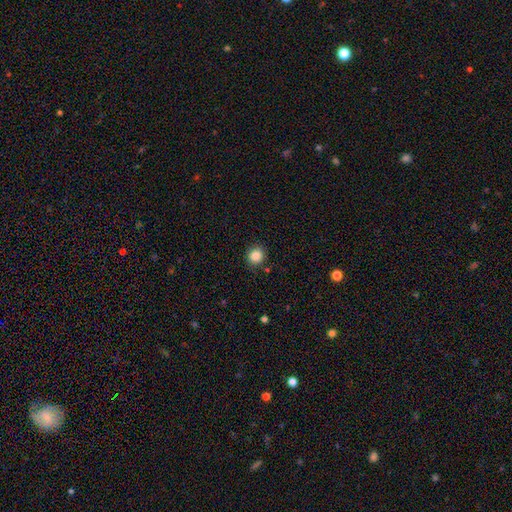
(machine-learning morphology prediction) A smooth galaxy with no disk features (85%) that is round (86%). Merging: none (87%).